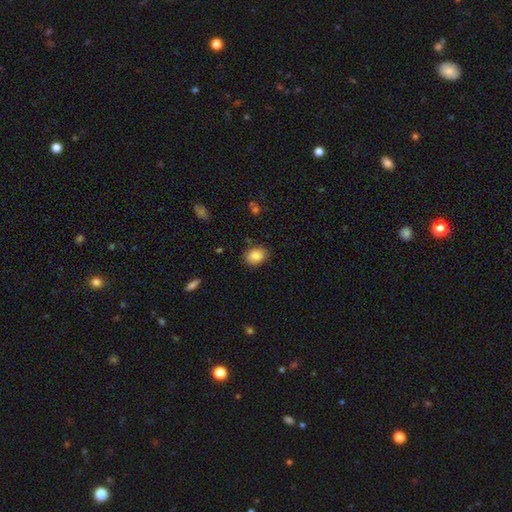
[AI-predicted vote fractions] Smooth or featured? Predicted: smooth (p=0.87). How rounded? Predicted: in between (p=0.65). Merging? Predicted: none (p=0.83).